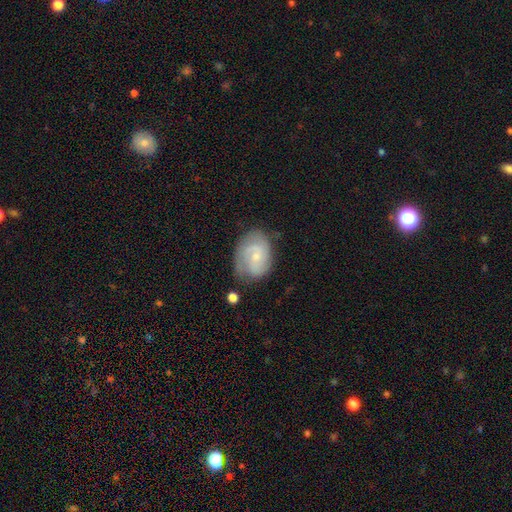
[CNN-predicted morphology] This appears to be a featured or disk galaxy (69%) with no bar (54%), 2 (56%) medium (45%) spiral arms (92%) and a small central bulge (68%). Merging: none (65%).